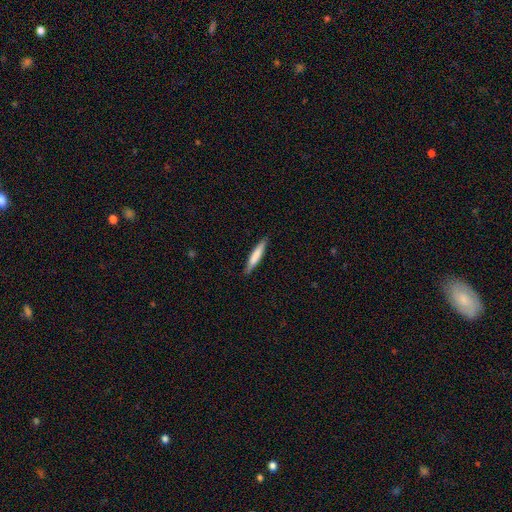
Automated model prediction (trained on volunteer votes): This is likely a smooth galaxy (75%). How rounded: clearly cigar-shaped (90%). Merging: clearly none (88%).